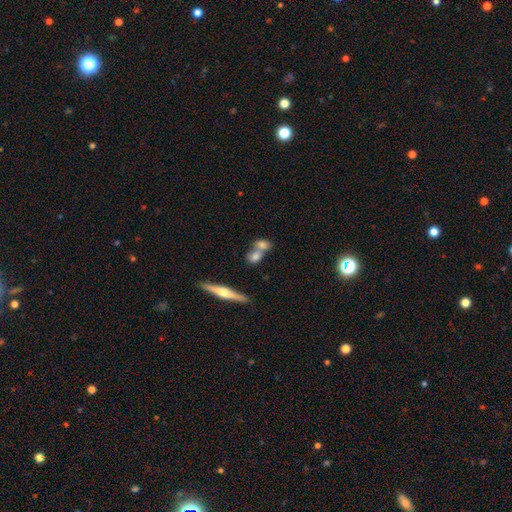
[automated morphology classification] type=smooth (67%); roundness=in between (55%); merging=merger (47%).